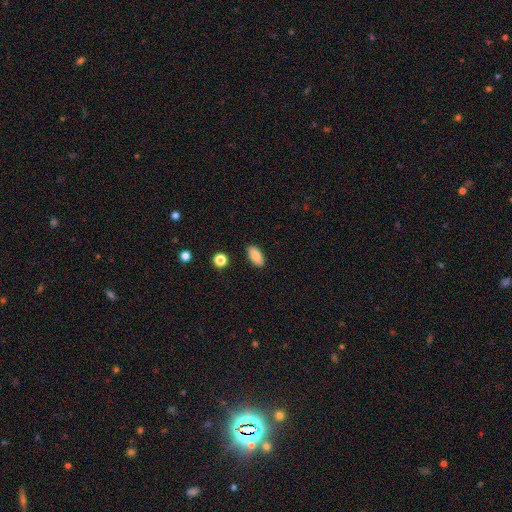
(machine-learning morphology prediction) This appears to be a smooth galaxy with no disk features (87%) that is in between round and cigar-shaped (89%). Merging: none (88%).